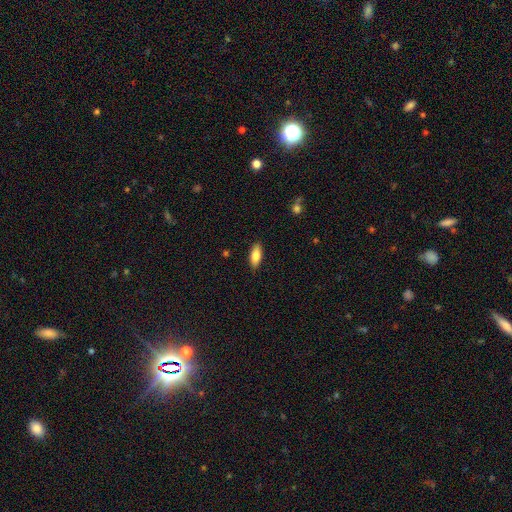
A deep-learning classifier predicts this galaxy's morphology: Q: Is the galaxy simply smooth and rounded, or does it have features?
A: smooth — 80%.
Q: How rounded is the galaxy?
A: in between — 77%.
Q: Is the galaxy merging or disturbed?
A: none — 87%.